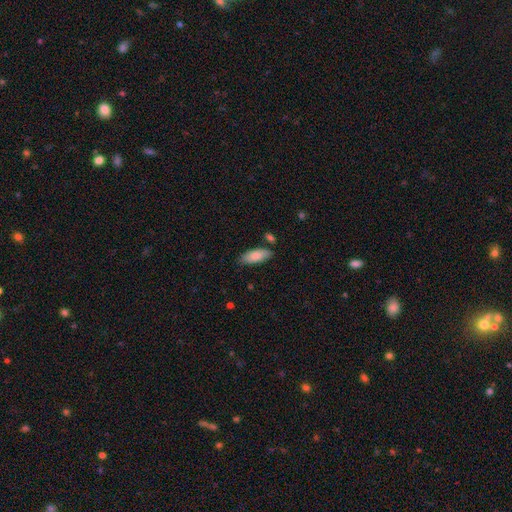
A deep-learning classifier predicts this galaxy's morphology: Smooth or featured? smooth (84%)
How rounded? in between (75%)
Merging? none (81%)